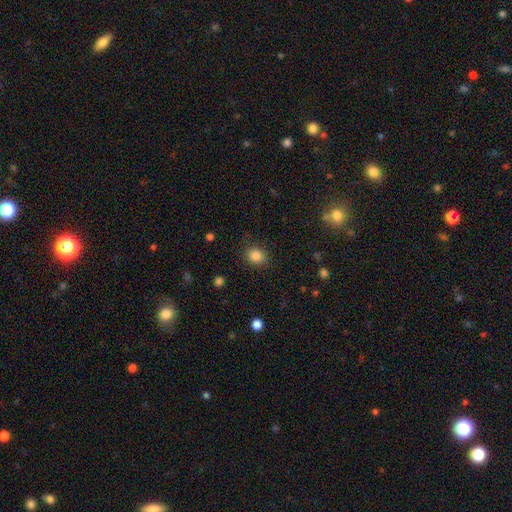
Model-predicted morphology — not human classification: The model was most divided on "how rounded": round: 71%, in between: 28%, cigar-shaped: 1%. More confident: merging — none (85%); smooth or featured — smooth (85%).